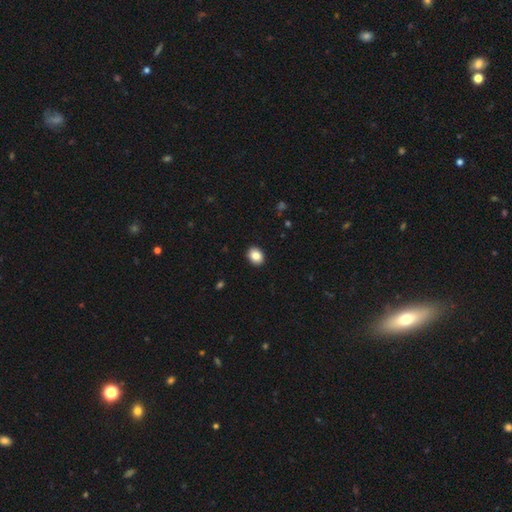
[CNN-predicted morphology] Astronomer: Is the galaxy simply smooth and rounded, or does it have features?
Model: smooth — 86%.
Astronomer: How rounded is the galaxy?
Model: round — 51% (runner-up: in between, 48%).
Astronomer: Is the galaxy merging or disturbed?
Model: none — 92%.